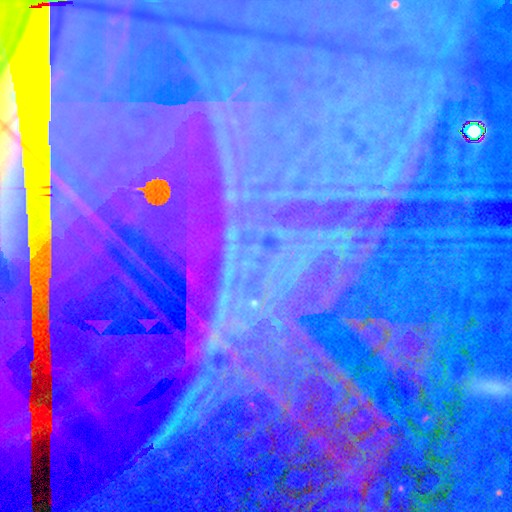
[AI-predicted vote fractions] smooth_or_featured: star or artifact (p=0.81) [alt: featured or disk p=0.11]